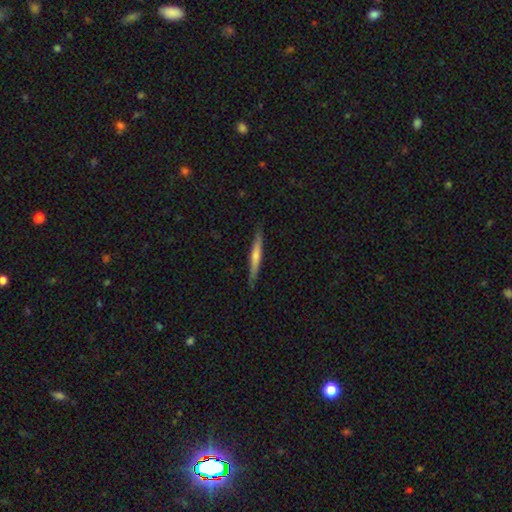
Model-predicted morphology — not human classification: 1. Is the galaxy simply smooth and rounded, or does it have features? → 62% featured or disk, 32% smooth, 6% star or artifact.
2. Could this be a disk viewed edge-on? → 97% yes, 3% no.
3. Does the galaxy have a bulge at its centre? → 64% rounded, 29% none, 7% boxy.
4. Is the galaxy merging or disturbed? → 90% none, 8% minor disturbance, 1% major disturbance, 1% merger.